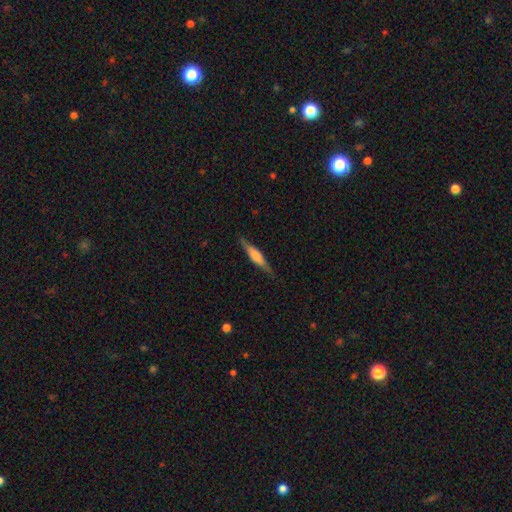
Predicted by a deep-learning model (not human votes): A featured or disk galaxy (57%) viewed edge-on (96%) with a rounded central bulge (54%). Merging: none (86%).